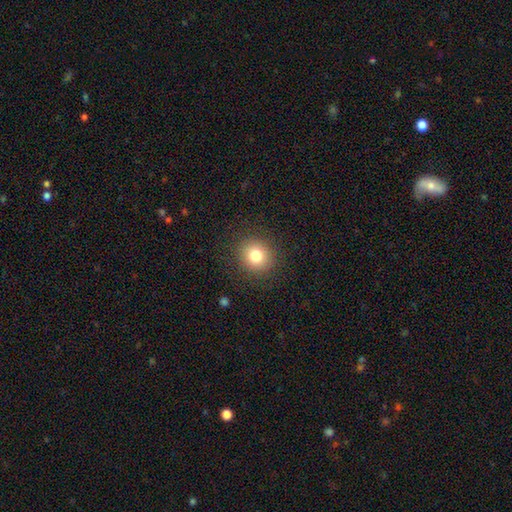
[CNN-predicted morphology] A smooth galaxy with no disk features (81%) that is round (87%).

Vote fractions:
- Smooth or featured? smooth: 81% / star or artifact: 11% / featured or disk: 8%
- How rounded? round: 87% / in between: 12% / cigar-shaped: 1%
- Merging? none: 89% / minor disturbance: 7% / major disturbance: 3% / merger: 1%